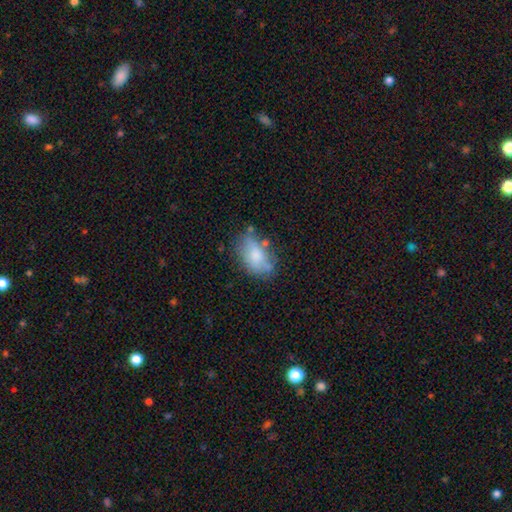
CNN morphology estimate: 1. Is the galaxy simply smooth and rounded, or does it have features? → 66% smooth, 25% featured or disk, 8% star or artifact.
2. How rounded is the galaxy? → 89% in between, 7% round, 4% cigar-shaped.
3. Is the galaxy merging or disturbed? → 53% none, 28% minor disturbance, 11% major disturbance, 8% merger.